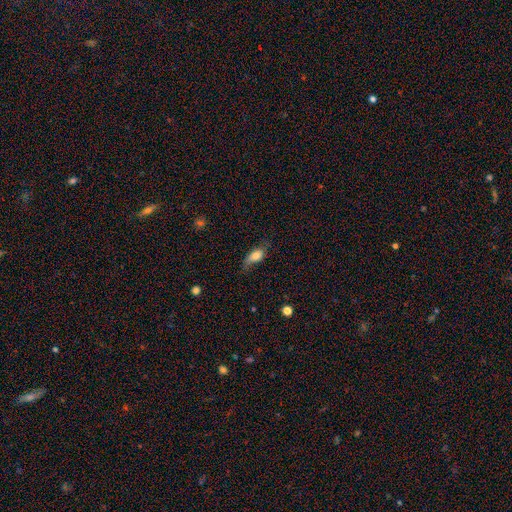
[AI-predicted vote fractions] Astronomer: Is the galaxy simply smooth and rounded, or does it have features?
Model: smooth — 65%.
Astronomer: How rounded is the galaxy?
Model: in between — 83%.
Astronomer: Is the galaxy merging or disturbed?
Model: none — 46% (runner-up: minor disturbance, 32%).